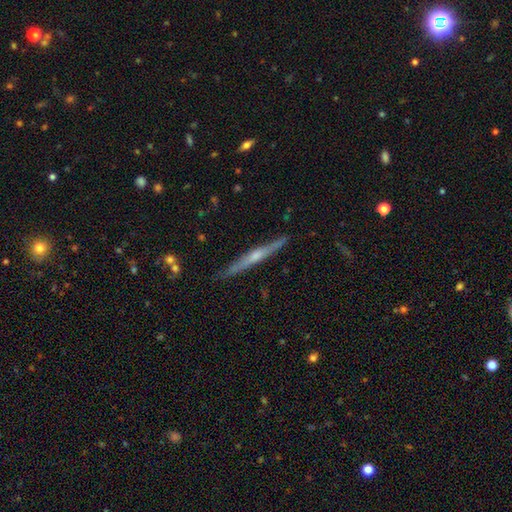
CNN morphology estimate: A featured or disk galaxy (73%) viewed edge-on (97%) with a rounded central bulge (73%).

Vote fractions:
- Smooth or featured? featured or disk: 73% / smooth: 21% / star or artifact: 6%
- Edge-on disk? yes: 97% / no: 3%
- Edge-on bulge? rounded: 73% / none: 21% / boxy: 7%
- Merging? none: 88% / minor disturbance: 9% / major disturbance: 2% / merger: 1%